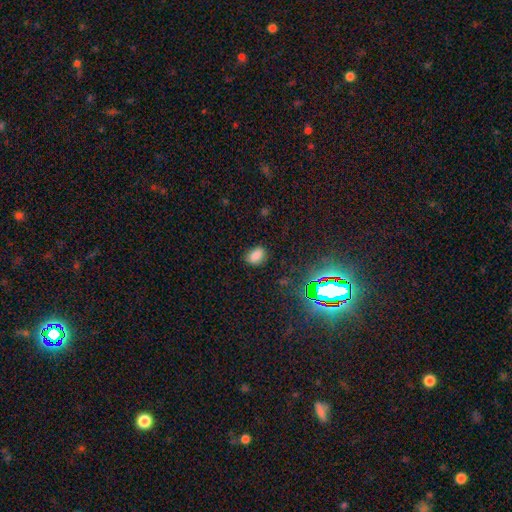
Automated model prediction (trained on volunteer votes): Smooth or featured: smooth — 79% (star or artifact — 16%)
How rounded: in between — 81% (round — 17%)
Merging: none — 80% (minor disturbance — 14%)